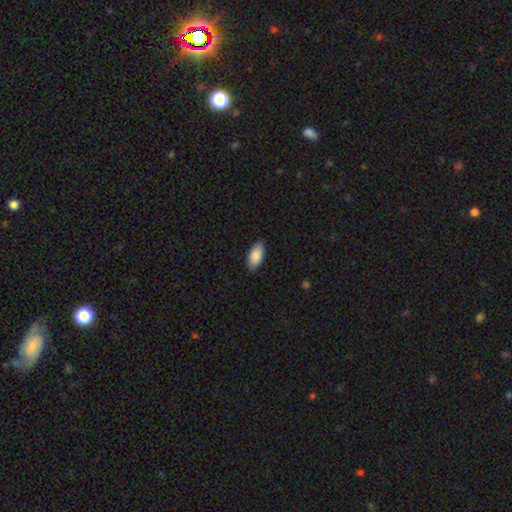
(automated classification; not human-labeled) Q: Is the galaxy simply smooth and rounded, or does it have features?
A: smooth — 88%.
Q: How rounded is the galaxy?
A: in between — 93%.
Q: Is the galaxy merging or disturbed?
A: none — 86%.